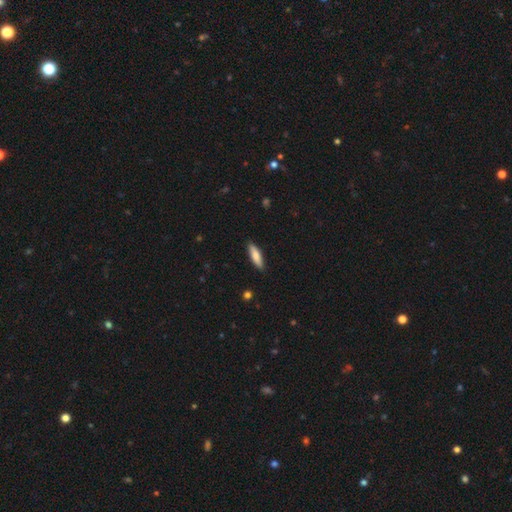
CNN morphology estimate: This is likely a smooth galaxy (77%). How rounded: likely cigar-shaped (61%). Merging: clearly none (88%).